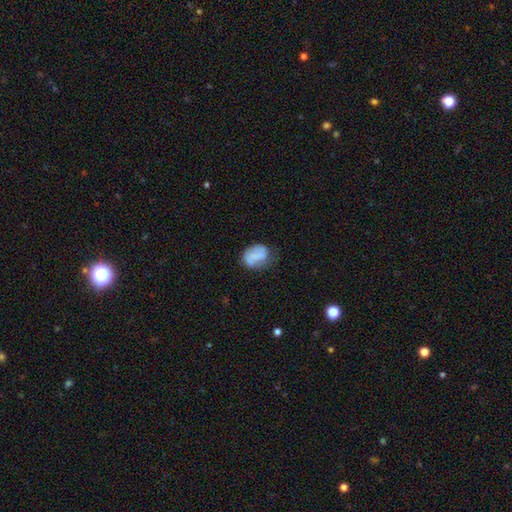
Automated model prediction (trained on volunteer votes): Smooth or featured? smooth (64%)
How rounded? in between (66%)
Merging? none (56%)